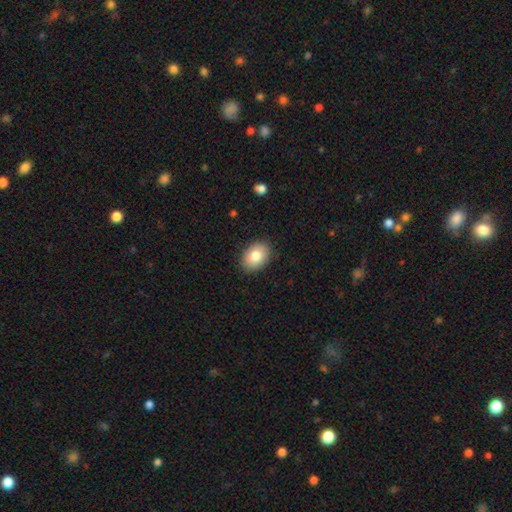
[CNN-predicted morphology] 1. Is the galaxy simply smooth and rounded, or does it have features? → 81% smooth, 12% featured or disk, 7% star or artifact.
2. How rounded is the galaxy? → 76% in between, 23% round, 1% cigar-shaped.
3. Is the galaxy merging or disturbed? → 88% none, 9% minor disturbance, 2% major disturbance, 1% merger.